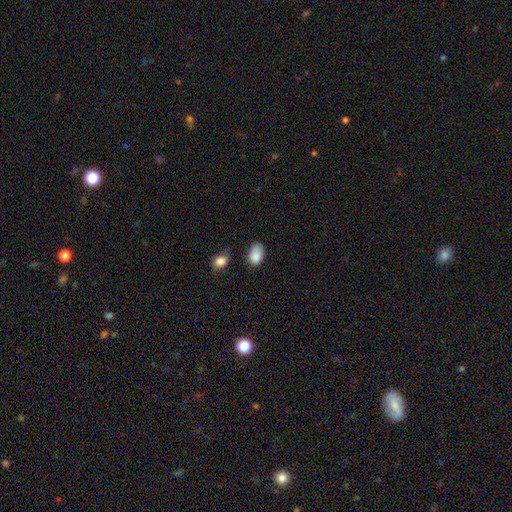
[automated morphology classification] The model was most divided on "merging": none: 57%, minor disturbance: 30%, major disturbance: 7%, merger: 6%. More confident: how rounded — in between (87%); smooth or featured — smooth (87%).